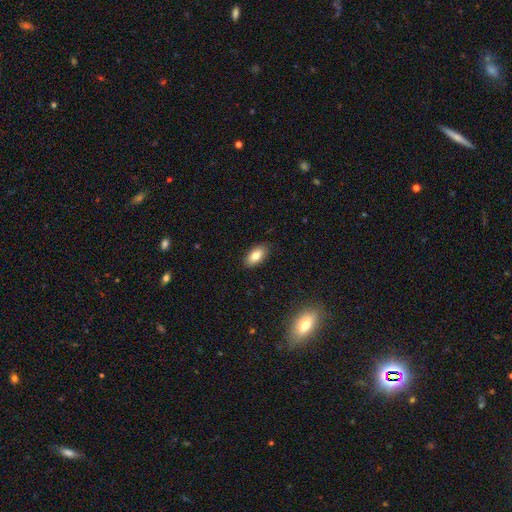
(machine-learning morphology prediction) Smooth or featured? smooth (81%)
How rounded? in between (92%)
Merging? none (87%)